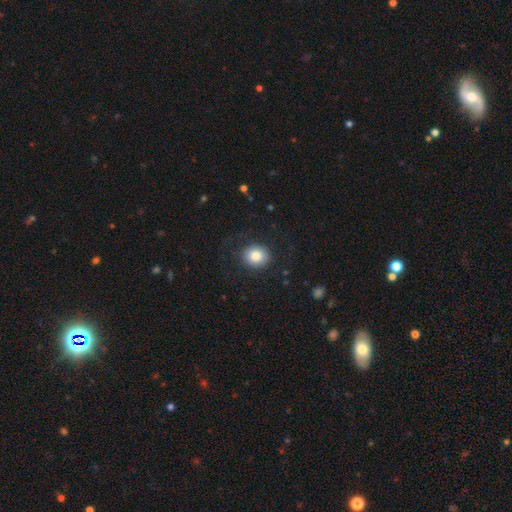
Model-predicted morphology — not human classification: This appears to be a smooth galaxy with no disk features (83%) that is round (72%). Merging: none (82%).